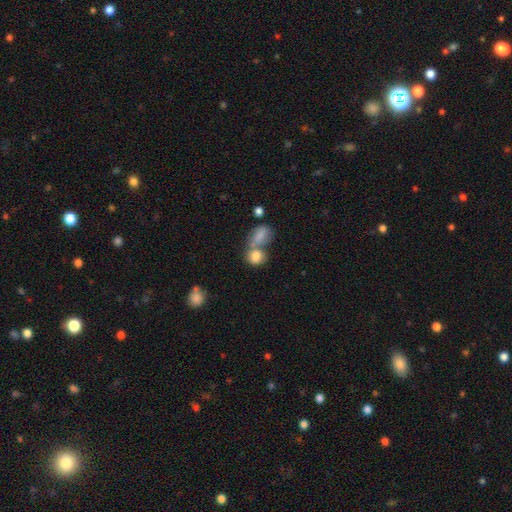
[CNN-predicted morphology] Smooth or featured: smooth — 81% (featured or disk — 10%)
How rounded: in between — 53% (round — 45%)
Merging: merger — 59% (none — 27%)